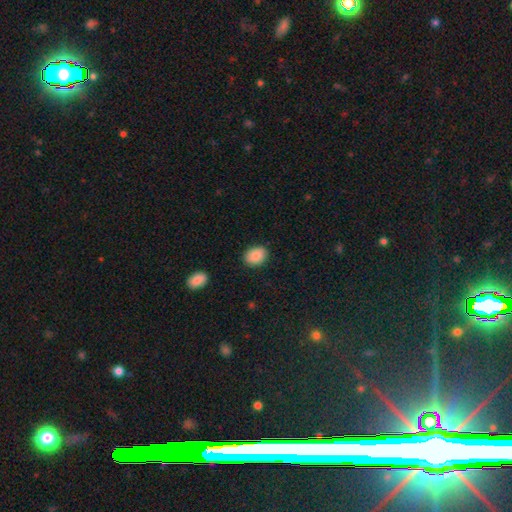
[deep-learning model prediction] The model was most divided on "how rounded": in between: 66%, round: 33%, cigar-shaped: 1%. More confident: smooth or featured — smooth (88%); merging — none (87%).